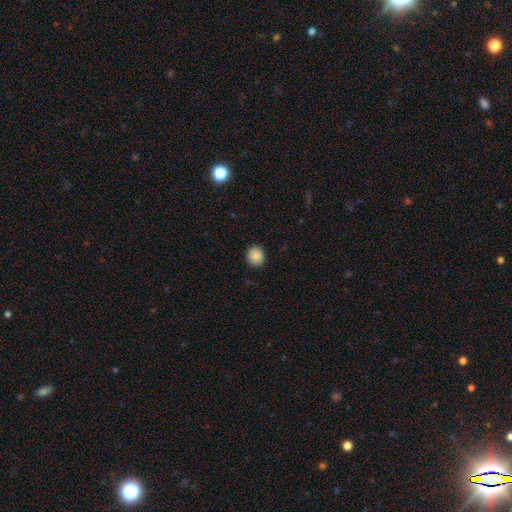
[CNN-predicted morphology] Smooth or featured? Predicted: smooth (p=0.88). How rounded? Predicted: round (p=0.77). Merging? Predicted: none (p=0.89).